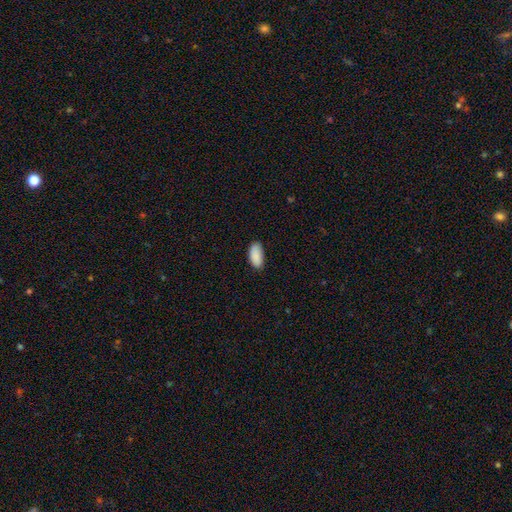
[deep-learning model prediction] Q: Smooth or featured?
A: smooth (89%); runner-up: star or artifact (7%)
Q: How rounded?
A: in between (93%); runner-up: cigar-shaped (4%)
Q: Merging?
A: none (79%); runner-up: minor disturbance (17%)